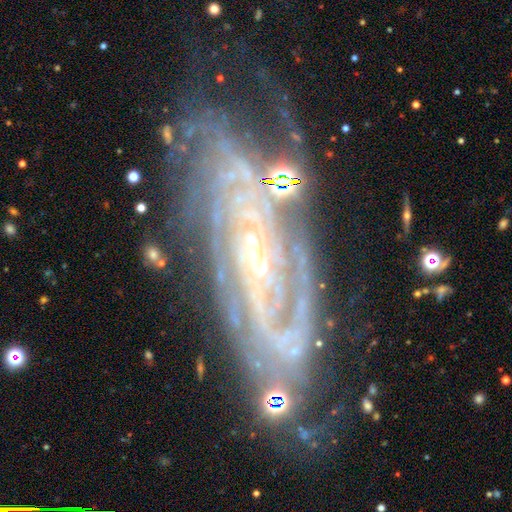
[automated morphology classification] featured or disk 88%, star or artifact 7%, smooth 4%. Down the decision tree: edge-on disk — no (91%); bar — no (40%); spiral arms — yes (98%); spiral arm count — can't tell (25%); spiral winding — tight (71%); bulge size — small (76%); merging — none (70%).